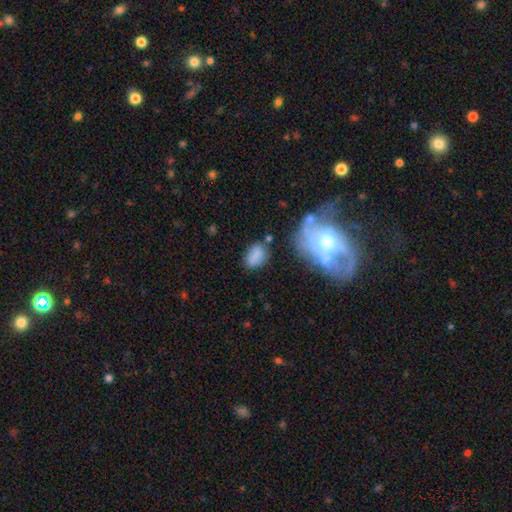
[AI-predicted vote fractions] Overall: smooth (81%). How rounded: in between (85%). Merging: none (65%).